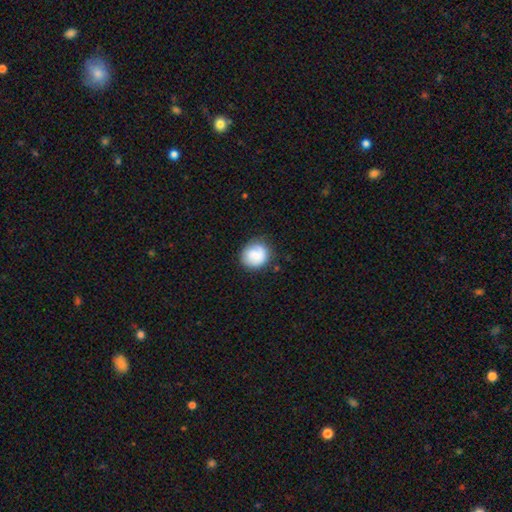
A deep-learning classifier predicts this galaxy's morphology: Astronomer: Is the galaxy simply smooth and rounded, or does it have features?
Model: smooth — 78%.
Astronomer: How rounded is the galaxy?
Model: round — 85%.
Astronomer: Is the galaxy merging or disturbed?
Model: none — 79%.